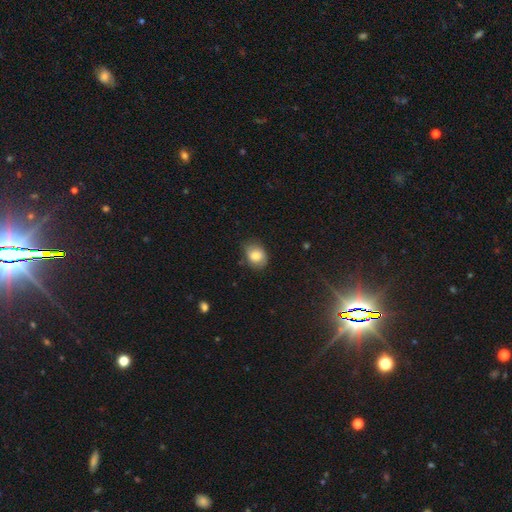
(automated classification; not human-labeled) Overall: smooth (79%). How rounded: in between (58%; round 41%). Merging: none (69%).